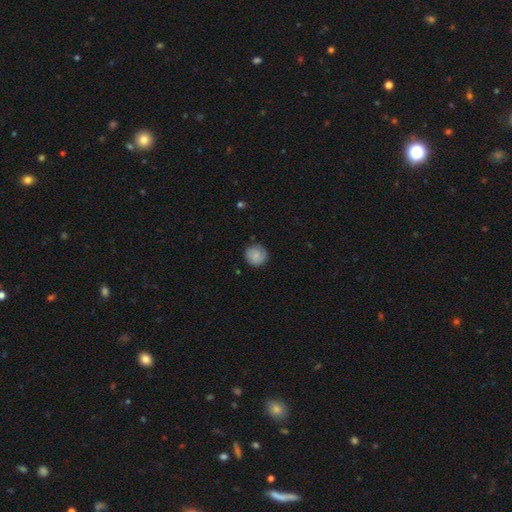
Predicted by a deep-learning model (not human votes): Overall: smooth (74%). How rounded: round (93%). Merging: none (83%).